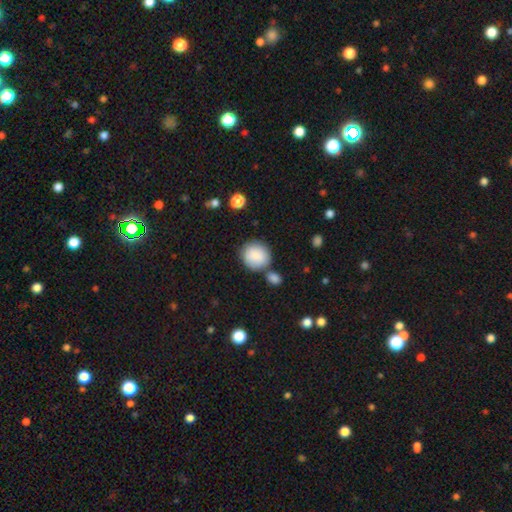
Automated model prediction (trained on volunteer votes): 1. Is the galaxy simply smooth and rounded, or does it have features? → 87% smooth, 7% star or artifact, 6% featured or disk.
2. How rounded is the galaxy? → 86% round, 13% in between, 1% cigar-shaped.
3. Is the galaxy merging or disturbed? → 65% none, 18% merger, 13% minor disturbance, 4% major disturbance.